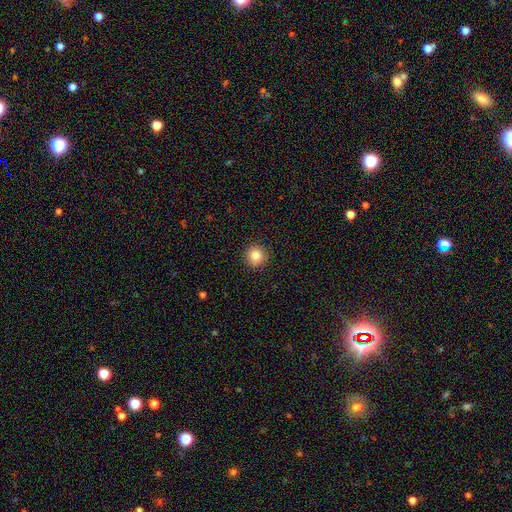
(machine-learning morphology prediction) A smooth galaxy with no disk features (85%) that is round (94%). Merging: none (92%).